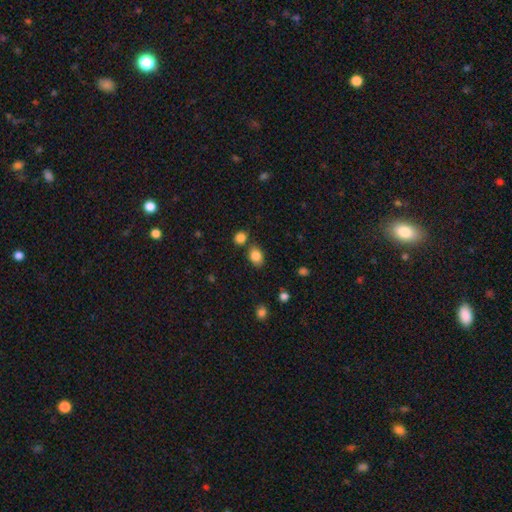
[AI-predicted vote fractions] Q: Smooth or featured?
A: smooth (85%); runner-up: star or artifact (10%)
Q: How rounded?
A: in between (65%); runner-up: round (34%)
Q: Merging?
A: none (71%); runner-up: merger (13%)